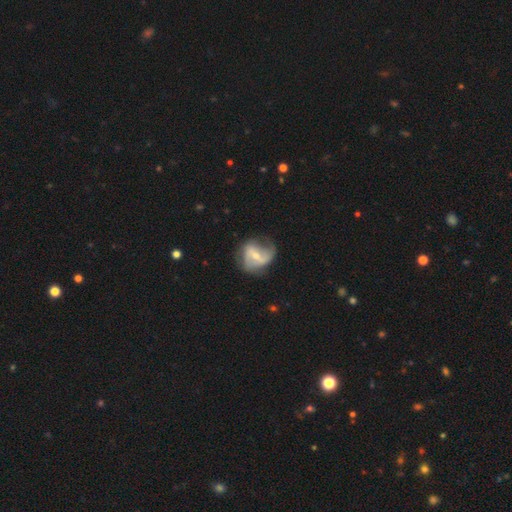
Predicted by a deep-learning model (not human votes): The model was most divided on "spiral winding": loose: 48%, medium: 38%, tight: 14%. Remaining: edge-on disk — no (97%); spiral arms — yes (88%); smooth or featured — featured or disk (76%); spiral arm count — 2 (67%); bulge size — small (55%); merging — none (52%); bar — weak (44%).